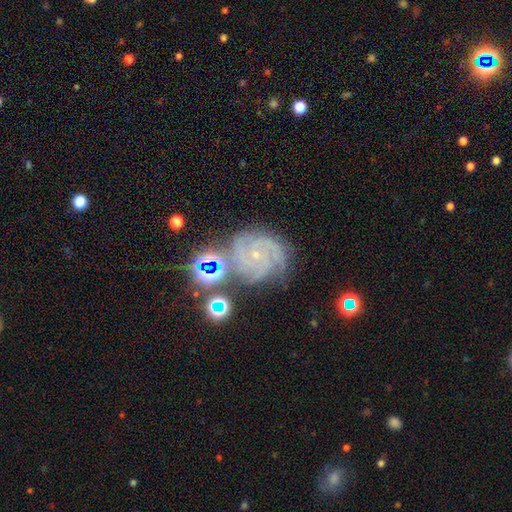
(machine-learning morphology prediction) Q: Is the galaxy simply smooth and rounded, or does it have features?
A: featured or disk — 81%.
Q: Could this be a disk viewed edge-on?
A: no — 98%.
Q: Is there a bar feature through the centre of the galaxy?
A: no — 75%.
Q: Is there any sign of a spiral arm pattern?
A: yes — 98%.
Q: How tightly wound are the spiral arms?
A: tight — 74%.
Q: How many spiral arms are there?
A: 3 — 35%.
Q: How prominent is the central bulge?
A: small — 84%.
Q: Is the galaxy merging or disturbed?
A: none — 67%.